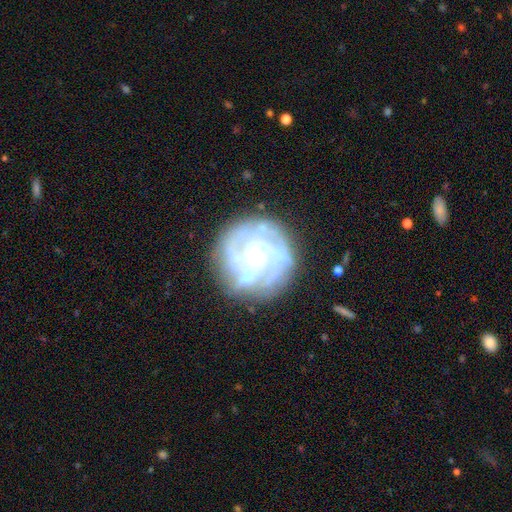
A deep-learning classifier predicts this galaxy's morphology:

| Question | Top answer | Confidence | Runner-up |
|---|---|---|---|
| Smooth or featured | featured or disk | 83% | smooth (11%) |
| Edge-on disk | no | 97% | yes (3%) |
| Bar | no | 75% | weak (20%) |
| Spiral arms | yes | 91% | no (9%) |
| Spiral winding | tight | 66% | medium (27%) |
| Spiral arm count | can't tell | 29% | 4 (24%) |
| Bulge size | small | 66% | moderate (28%) |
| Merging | none | 76% | minor disturbance (15%) |